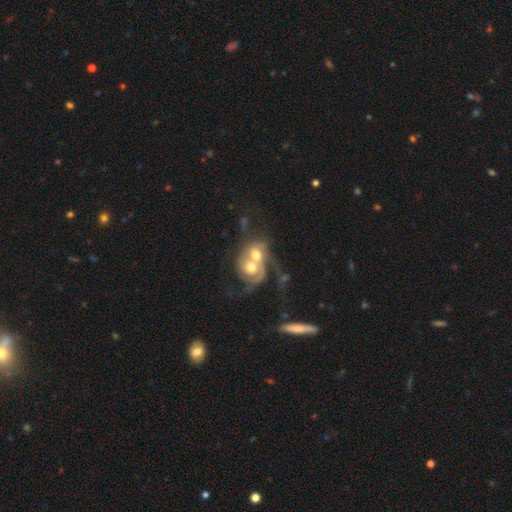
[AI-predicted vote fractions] featured or disk 71%, smooth 22%, star or artifact 7%. Down the decision tree: edge-on disk — no (96%); bar — no (73%); spiral arms — yes (82%); spiral arm count — 2 (49%); spiral winding — medium (39%); bulge size — moderate (66%); merging — merger (74%).